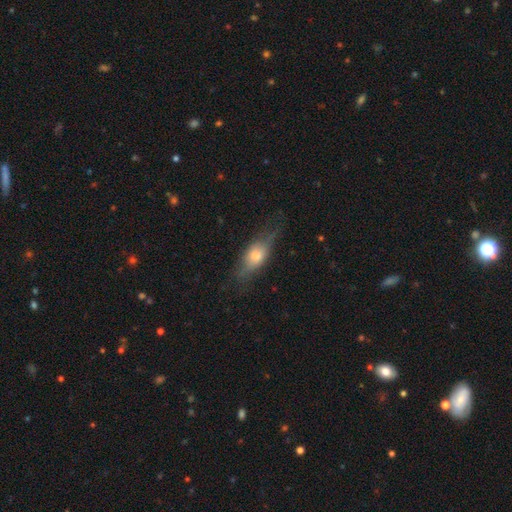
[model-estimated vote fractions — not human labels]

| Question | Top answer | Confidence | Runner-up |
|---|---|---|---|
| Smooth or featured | smooth | 49% | featured or disk (43%) |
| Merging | none | 65% | minor disturbance (24%) |